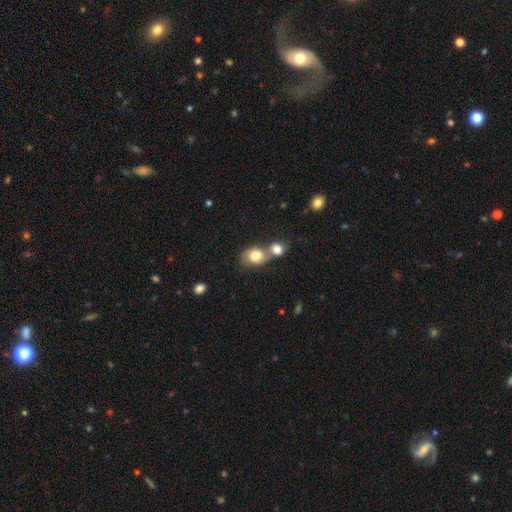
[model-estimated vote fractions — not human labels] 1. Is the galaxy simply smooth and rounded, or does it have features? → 70% smooth, 22% featured or disk, 8% star or artifact.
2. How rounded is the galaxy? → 50% in between, 49% round, 1% cigar-shaped.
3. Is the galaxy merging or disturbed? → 60% merger, 26% none, 9% minor disturbance, 5% major disturbance.